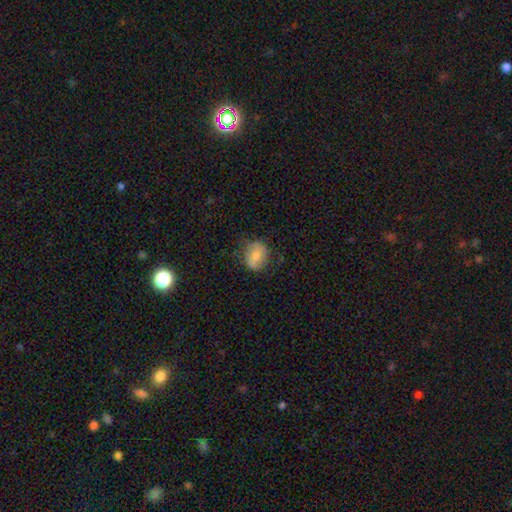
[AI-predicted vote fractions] Smooth or featured?
  - smooth: 67% *
  - featured or disk: 25%
  - star or artifact: 8%
How rounded?
  - round: 58% *
  - in between: 41%
  - cigar-shaped: 1%
Merging?
  - none: 67% *
  - minor disturbance: 24%
  - major disturbance: 8%
  - merger: 1%